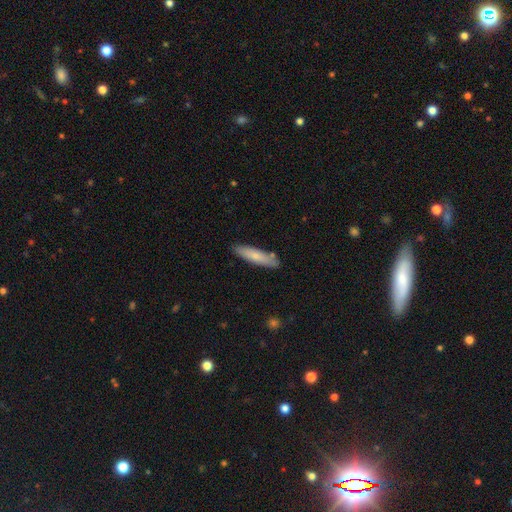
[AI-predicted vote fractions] A smooth galaxy with no disk features (74%) that is cigar-shaped (80%). Merging: none (83%).